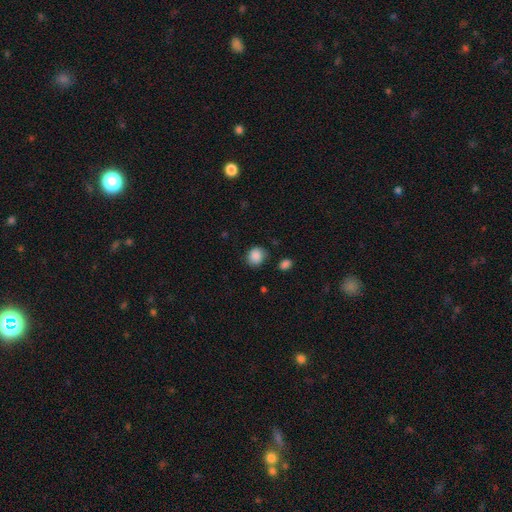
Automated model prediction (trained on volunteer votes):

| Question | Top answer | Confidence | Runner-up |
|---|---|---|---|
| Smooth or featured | smooth | 88% | star or artifact (9%) |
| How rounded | round | 76% | in between (23%) |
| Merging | none | 77% | minor disturbance (16%) |